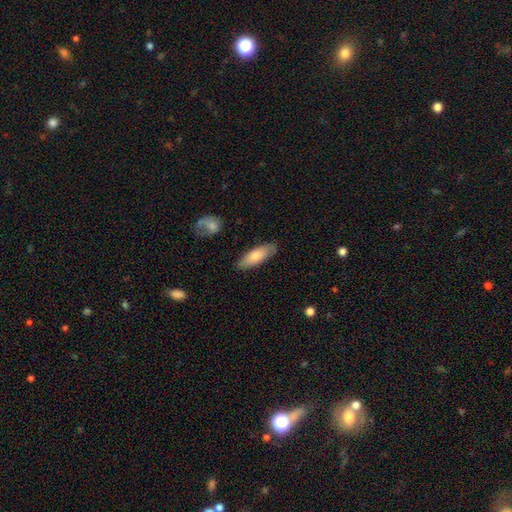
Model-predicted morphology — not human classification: This appears to be a smooth galaxy with no disk features (73%) that is in between round and cigar-shaped (64%). Merging: none (84%).